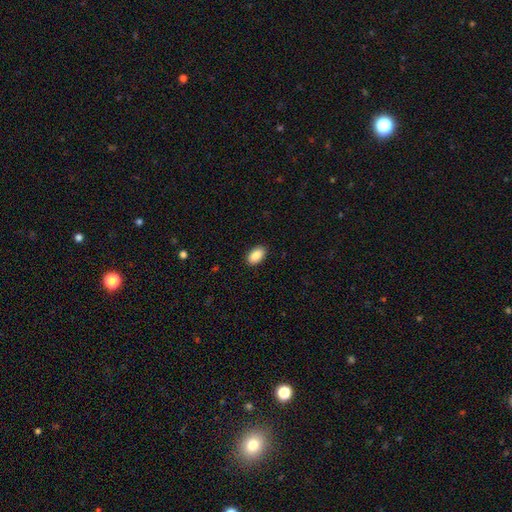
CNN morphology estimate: Smooth or featured? Predicted: smooth (p=0.87). How rounded? Predicted: in between (p=0.92). Merging? Predicted: none (p=0.90).